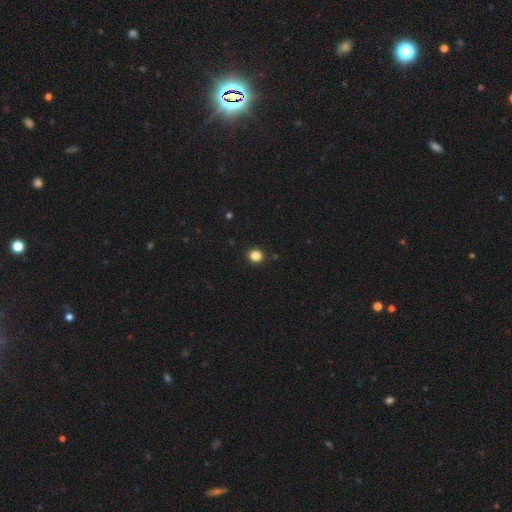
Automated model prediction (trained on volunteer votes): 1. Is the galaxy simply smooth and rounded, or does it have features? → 84% smooth, 13% star or artifact, 4% featured or disk.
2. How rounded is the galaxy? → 90% round, 9% in between, 1% cigar-shaped.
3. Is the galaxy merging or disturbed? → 93% none, 5% minor disturbance, 2% major disturbance, 1% merger.